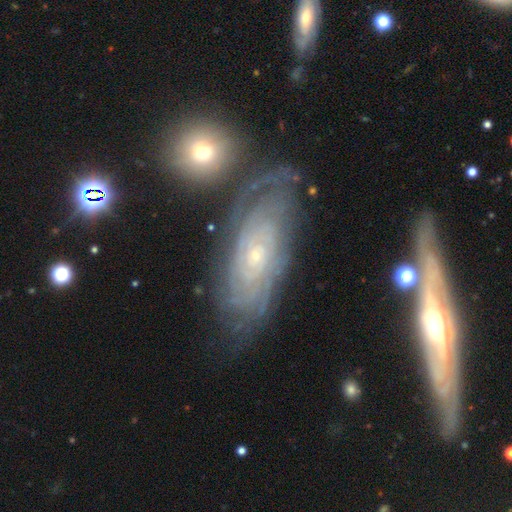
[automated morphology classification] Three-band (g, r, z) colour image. It shows a featured or disk galaxy (82%) with no bar (79%), tight (80%) spiral arms (92%) and a small central bulge (76%). Merging: none (71%).